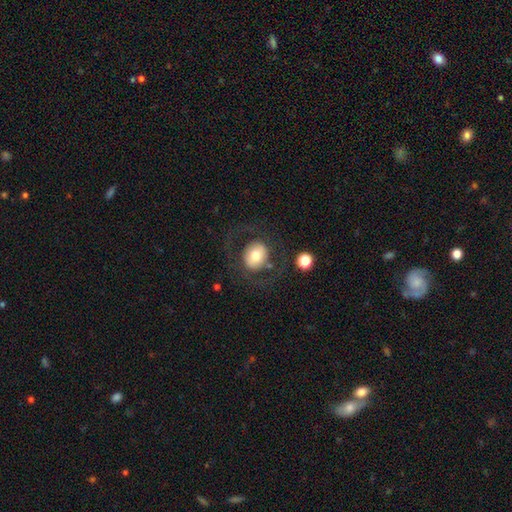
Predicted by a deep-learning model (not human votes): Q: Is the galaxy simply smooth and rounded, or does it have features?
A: smooth — 62%.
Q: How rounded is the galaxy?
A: round — 73%.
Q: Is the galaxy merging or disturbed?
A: none — 70%.